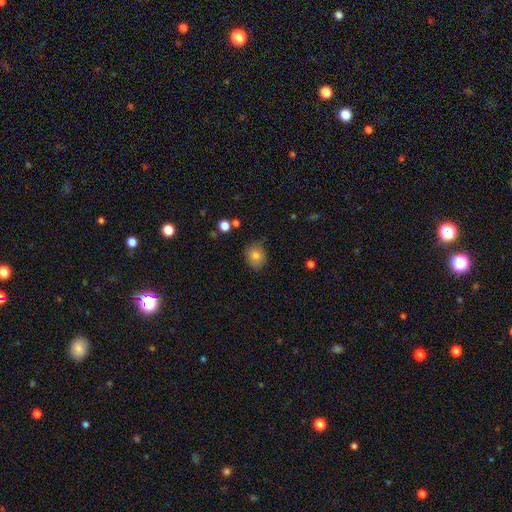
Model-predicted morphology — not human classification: smooth 81%, star or artifact 10%, featured or disk 9%. Down the decision tree: how rounded — round (70%); merging — none (76%).